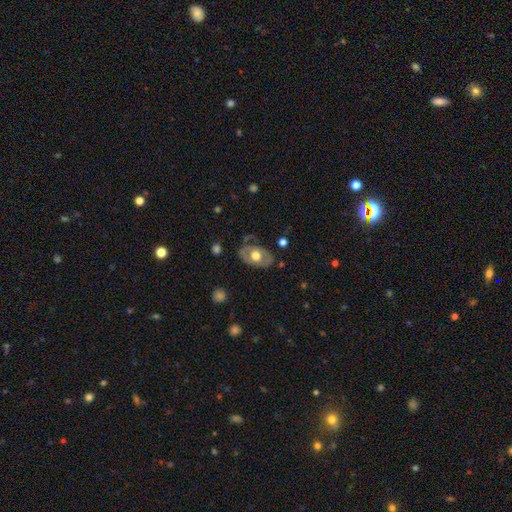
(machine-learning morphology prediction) The model was most divided on "smooth or featured": featured or disk: 50%, smooth: 44%, star or artifact: 6%. More confident: merging — none (73%).